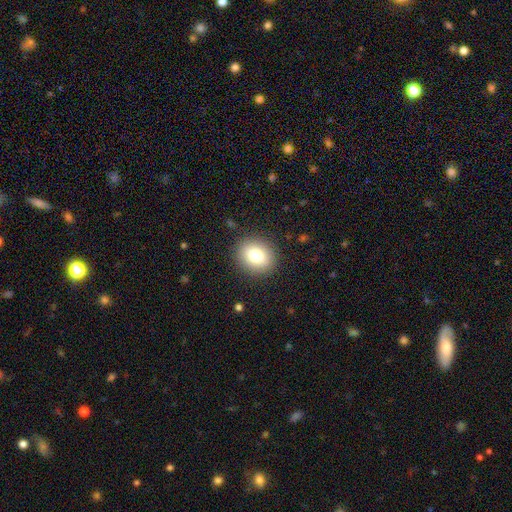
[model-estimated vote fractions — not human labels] A smooth galaxy with no disk features (79%) that is round (66%).

Vote fractions:
- Smooth or featured? smooth: 79% / featured or disk: 10% / star or artifact: 10%
- How rounded? round: 66% / in between: 33% / cigar-shaped: 1%
- Merging? none: 89% / minor disturbance: 7% / major disturbance: 3% / merger: 1%